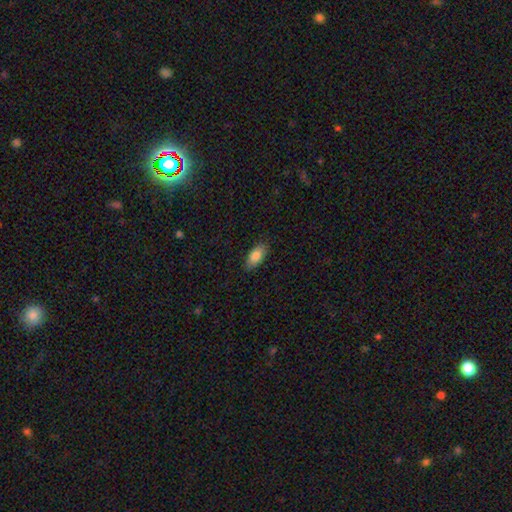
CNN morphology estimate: smooth 84%, featured or disk 9%, star or artifact 6%. Down the decision tree: how rounded — in between (89%); merging — none (87%).